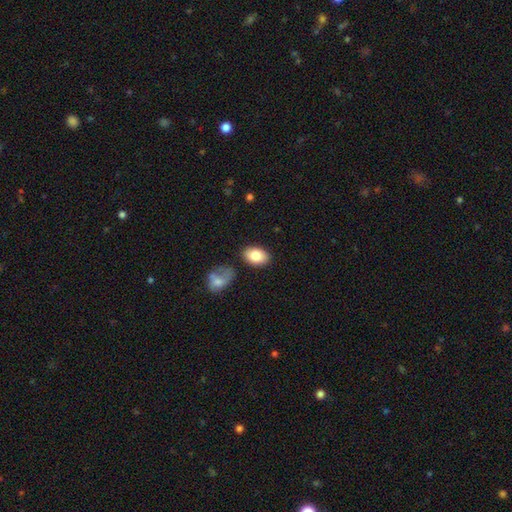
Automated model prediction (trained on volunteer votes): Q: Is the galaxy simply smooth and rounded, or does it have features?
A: smooth — 82%.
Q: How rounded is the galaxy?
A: in between — 87%.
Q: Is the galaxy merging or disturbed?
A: none — 80%.